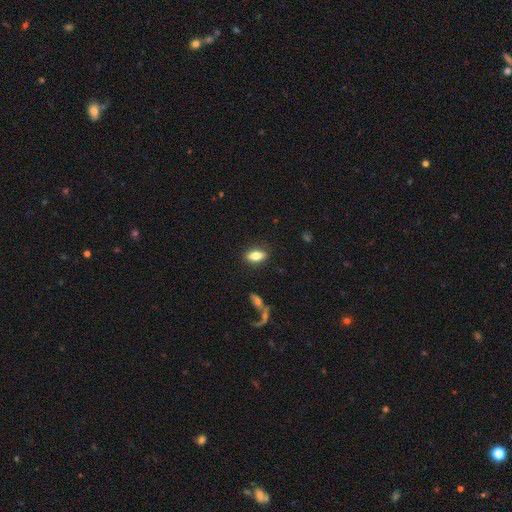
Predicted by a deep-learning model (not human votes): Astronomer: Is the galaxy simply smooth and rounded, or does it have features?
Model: smooth — 74%.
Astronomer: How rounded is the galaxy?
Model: in between — 83%.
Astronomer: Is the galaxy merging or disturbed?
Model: none — 86%.